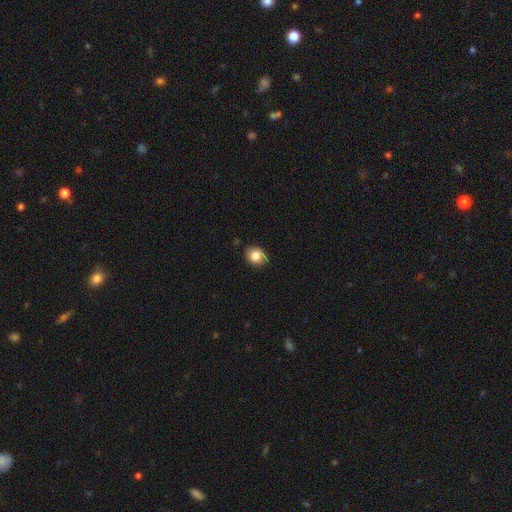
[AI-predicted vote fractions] smooth-or-featured: smooth: 82% | star or artifact: 9% | featured or disk: 9%
  how-rounded: round: 59% | in between: 40% | cigar-shaped: 1%
  merging: none: 81% | minor disturbance: 15% | major disturbance: 3% | merger: 1%